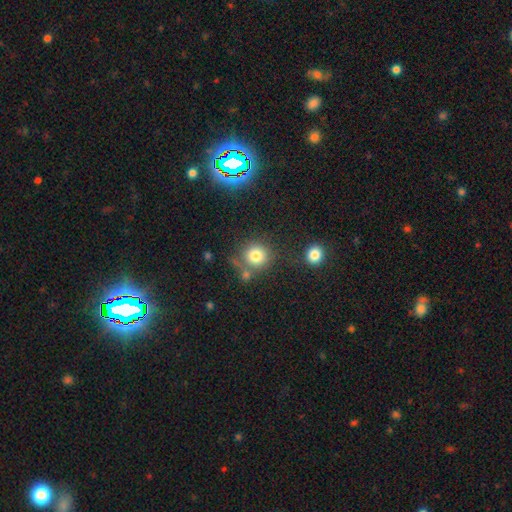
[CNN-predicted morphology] smooth_or_featured: smooth (p=0.79) [alt: star or artifact p=0.12]
how_rounded: round (p=0.90) [alt: in between p=0.09]
merging: none (p=0.64) [alt: merger p=0.16]